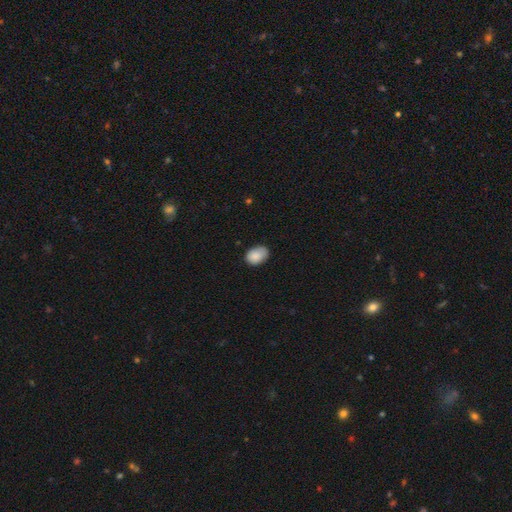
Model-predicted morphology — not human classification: A smooth galaxy with no disk features (87%) that is in between round and cigar-shaped (77%). Merging: none (71%).